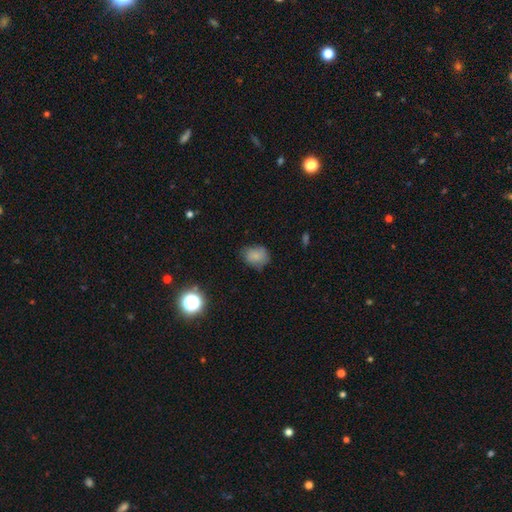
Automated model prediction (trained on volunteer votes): Morphology: type=smooth (79%); roundness=in between (50%); merging=none (64%).